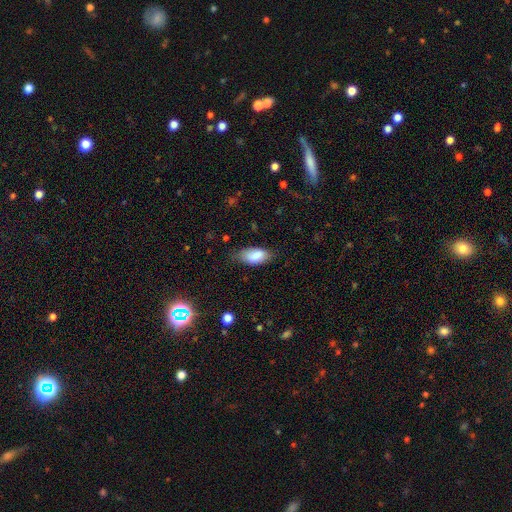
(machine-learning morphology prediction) Smooth or featured?
  - smooth: 83% *
  - featured or disk: 11%
  - star or artifact: 7%
How rounded?
  - in between: 91% *
  - cigar-shaped: 6%
  - round: 3%
Merging?
  - none: 71% *
  - minor disturbance: 23%
  - major disturbance: 5%
  - merger: 1%